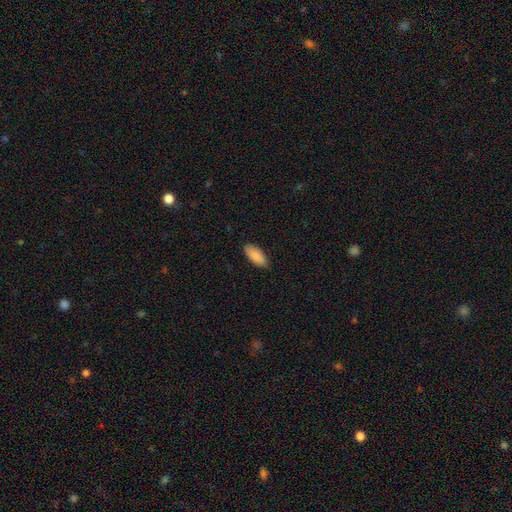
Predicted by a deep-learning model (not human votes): A smooth galaxy with no disk features (91%) that is in between round and cigar-shaped (88%).

Vote fractions:
- Smooth or featured? smooth: 91% / star or artifact: 6% / featured or disk: 4%
- How rounded? in between: 88% / cigar-shaped: 11% / round: 2%
- Merging? none: 87% / minor disturbance: 10% / major disturbance: 2% / merger: 1%